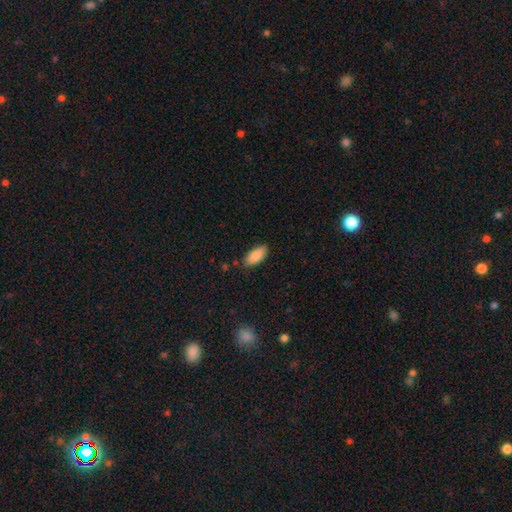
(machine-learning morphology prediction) smooth 88%, star or artifact 6%, featured or disk 5%. Down the decision tree: how rounded — in between (88%); merging — none (82%).